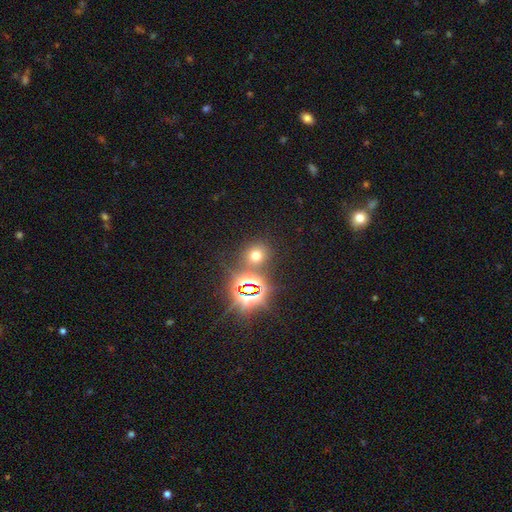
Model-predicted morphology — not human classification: Smooth or featured? Predicted: smooth (p=0.56). How rounded? Predicted: round (p=0.82). Merging? Predicted: none (p=0.78).